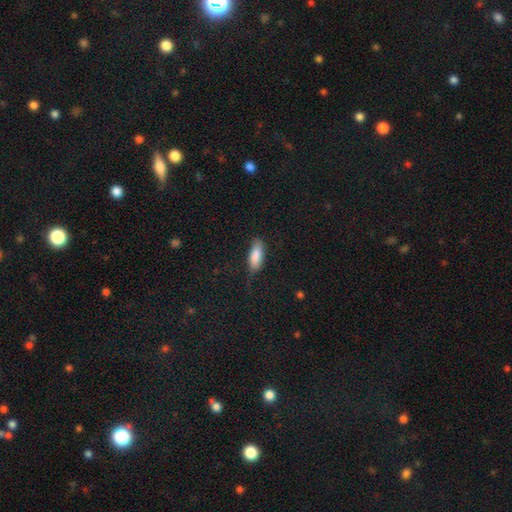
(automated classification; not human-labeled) Smooth or featured? Predicted: smooth (p=0.84). How rounded? Predicted: in between (p=0.75). Merging? Predicted: none (p=0.63).